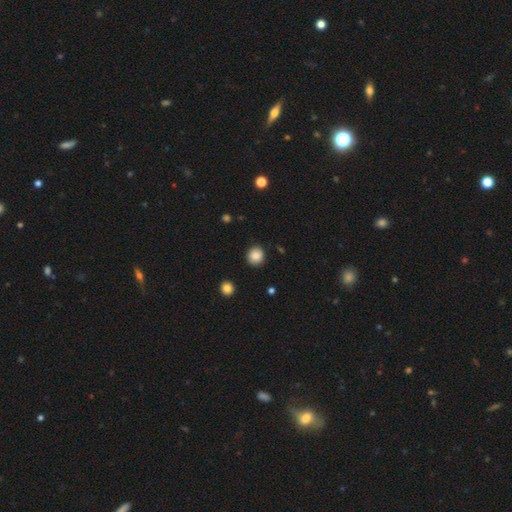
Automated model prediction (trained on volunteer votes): This is clearly a smooth galaxy (86%). How rounded: clearly round (87%). Merging: clearly none (90%).